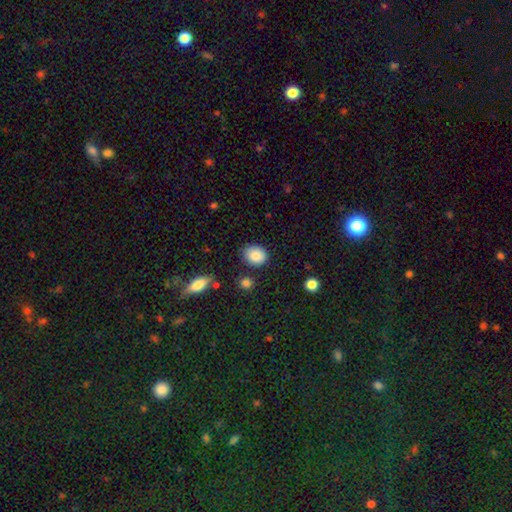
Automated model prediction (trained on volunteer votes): Smooth or featured? smooth (85%)
How rounded? in between (51%)
Merging? none (81%)